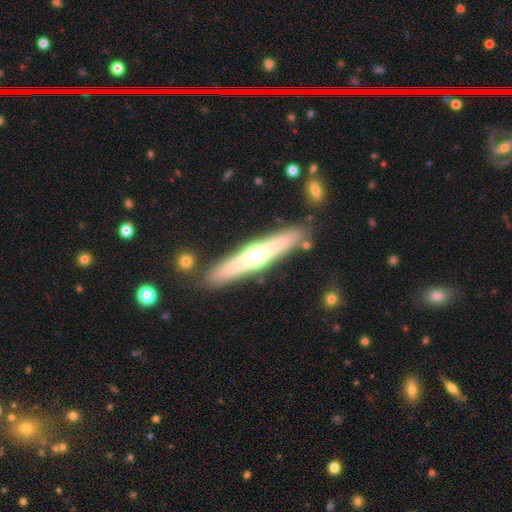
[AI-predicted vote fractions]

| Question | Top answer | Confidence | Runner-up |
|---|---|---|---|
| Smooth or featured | featured or disk | 64% | smooth (30%) |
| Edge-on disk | yes | 95% | no (5%) |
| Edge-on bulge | rounded | 92% | boxy (4%) |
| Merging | none | 86% | minor disturbance (8%) |